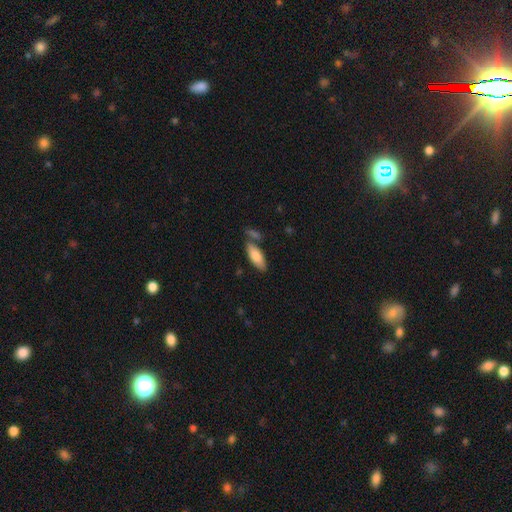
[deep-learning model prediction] Morphology: type=smooth (81%); roundness=in between (70%); merging=none (69%).